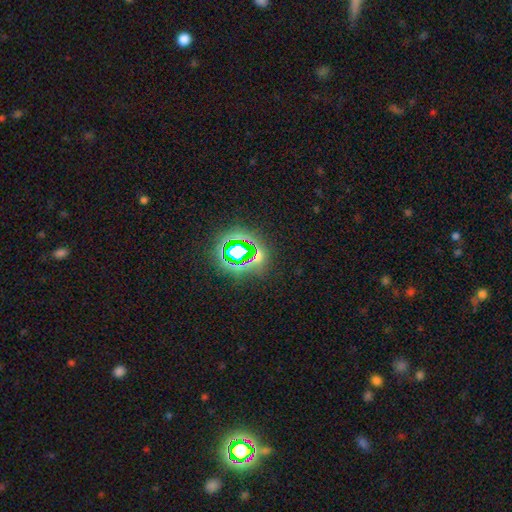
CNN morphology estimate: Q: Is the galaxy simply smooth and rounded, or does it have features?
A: star or artifact — 70%.